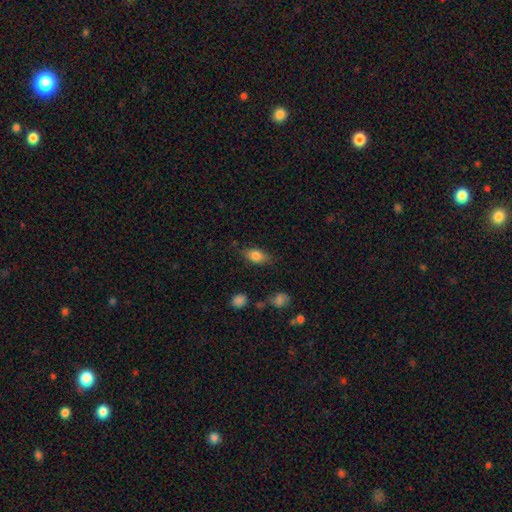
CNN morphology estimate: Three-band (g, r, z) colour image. It shows a smooth galaxy with no disk features (80%) that is in between round and cigar-shaped (84%). Merging: none (76%).